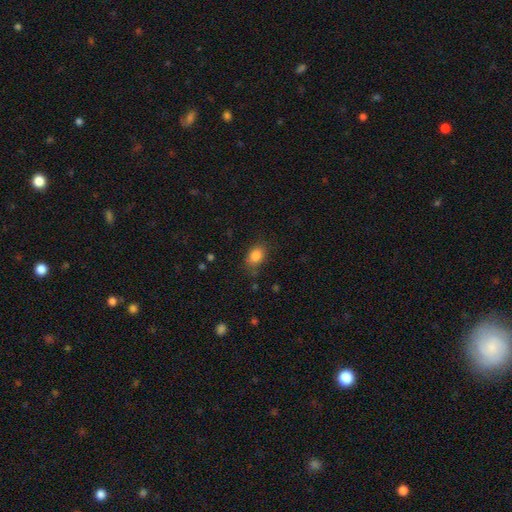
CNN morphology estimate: smooth-or-featured: smooth: 84% | star or artifact: 9% | featured or disk: 6%
  how-rounded: in between: 75% | round: 24% | cigar-shaped: 1%
  merging: none: 75% | minor disturbance: 18% | major disturbance: 5% | merger: 2%